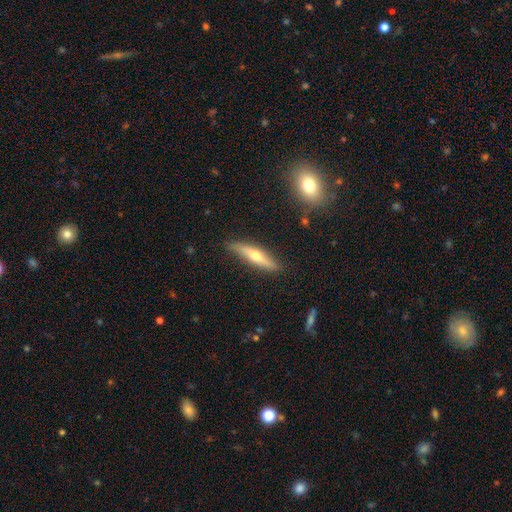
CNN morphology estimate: A featured or disk galaxy (55%) viewed edge-on (90%).

Vote fractions:
- Smooth or featured? featured or disk: 55% / smooth: 39% / star or artifact: 6%
- Edge-on disk? yes: 90% / no: 10%
- Merging? none: 86% / minor disturbance: 11% / major disturbance: 2% / merger: 1%